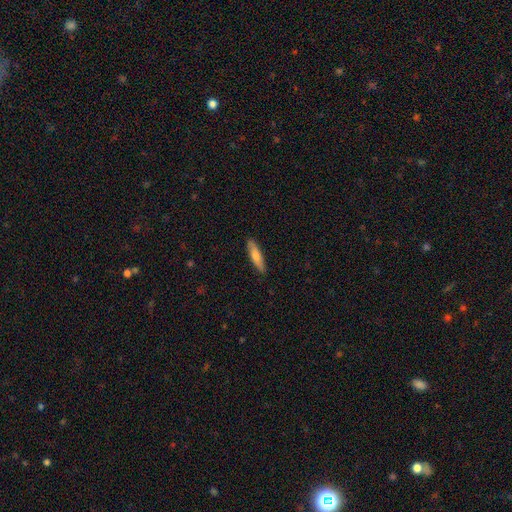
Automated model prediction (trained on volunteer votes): This appears to be a smooth galaxy with no disk features (66%) that is cigar-shaped (81%). Merging: none (89%).